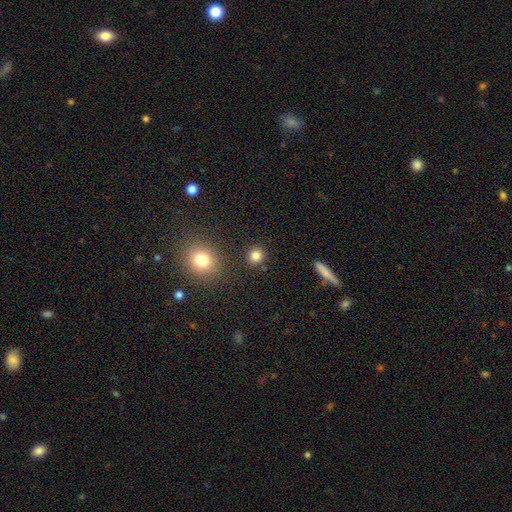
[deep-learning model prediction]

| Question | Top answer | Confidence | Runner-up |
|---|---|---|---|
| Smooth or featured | smooth | 84% | star or artifact (12%) |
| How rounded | round | 91% | in between (8%) |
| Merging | none | 88% | minor disturbance (6%) |